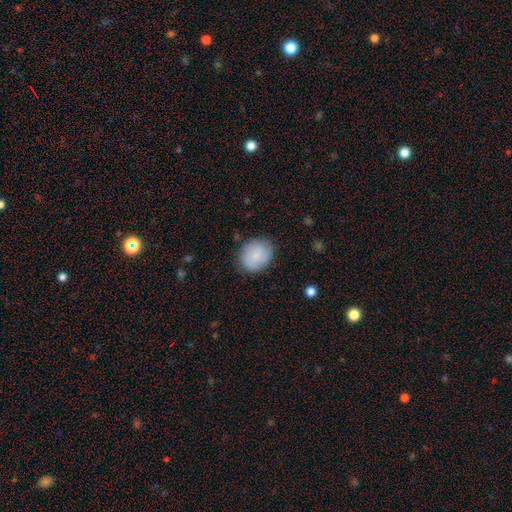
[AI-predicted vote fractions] A smooth galaxy with no disk features (79%) that is round (66%).

Vote fractions:
- Smooth or featured? smooth: 79% / featured or disk: 15% / star or artifact: 7%
- How rounded? round: 66% / in between: 33% / cigar-shaped: 1%
- Merging? none: 82% / minor disturbance: 13% / major disturbance: 3% / merger: 1%